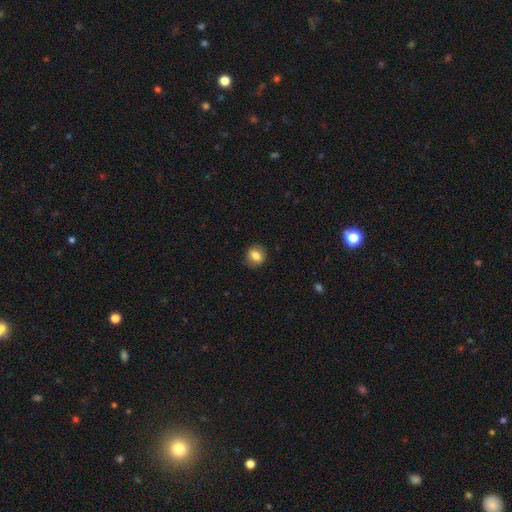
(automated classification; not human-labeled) Smooth or featured? Predicted: smooth (p=0.81). How rounded? Predicted: round (p=0.76). Merging? Predicted: none (p=0.88).